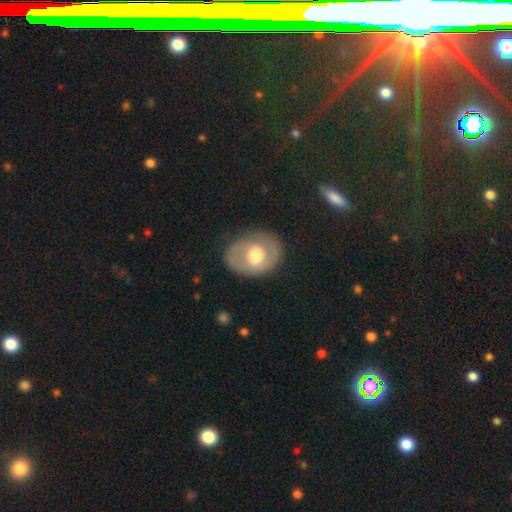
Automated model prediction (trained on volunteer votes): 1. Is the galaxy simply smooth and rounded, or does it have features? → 52% featured or disk, 42% smooth, 6% star or artifact.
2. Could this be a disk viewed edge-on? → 95% no, 5% yes.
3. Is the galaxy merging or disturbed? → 78% none, 14% minor disturbance, 6% major disturbance, 1% merger.